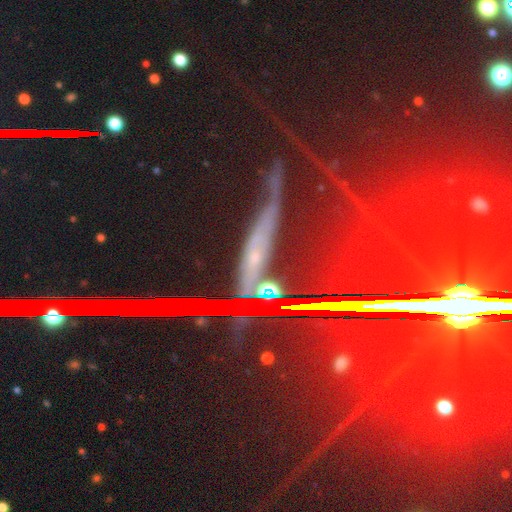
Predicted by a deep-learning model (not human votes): Smooth or featured?
  - star or artifact: 54% *
  - featured or disk: 34%
  - smooth: 12%